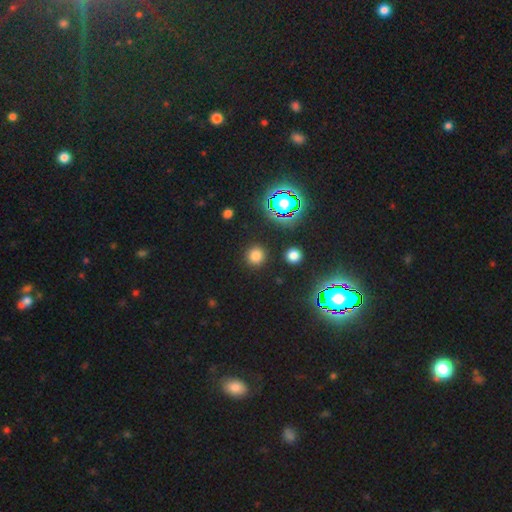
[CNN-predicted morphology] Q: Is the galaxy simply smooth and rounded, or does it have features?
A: smooth — 74%.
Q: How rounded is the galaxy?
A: round — 93%.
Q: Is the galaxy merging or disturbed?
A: none — 89%.